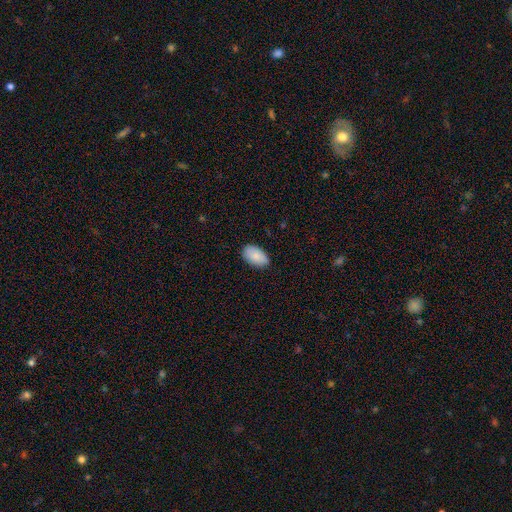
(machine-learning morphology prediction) A smooth galaxy with no disk features (87%) that is in between round and cigar-shaped (94%). Merging: none (84%).